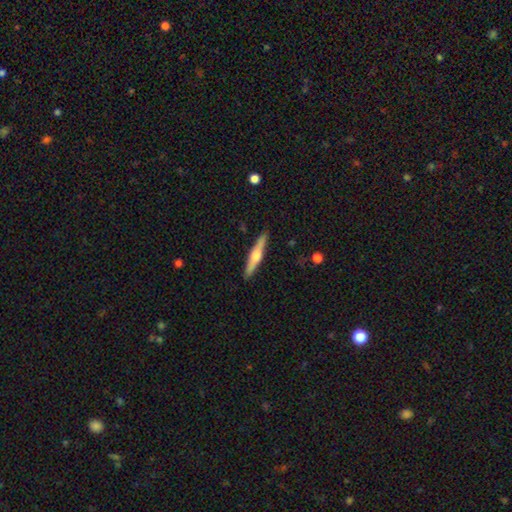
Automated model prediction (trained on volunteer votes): A featured or disk galaxy (62%) viewed edge-on (97%) with a rounded central bulge (90%). Merging: none (91%).